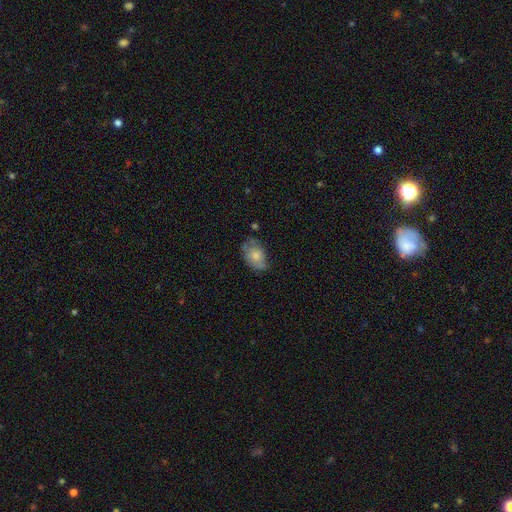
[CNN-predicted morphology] smooth 69%, featured or disk 24%, star or artifact 7%. Down the decision tree: how rounded — in between (85%); merging — none (48%).